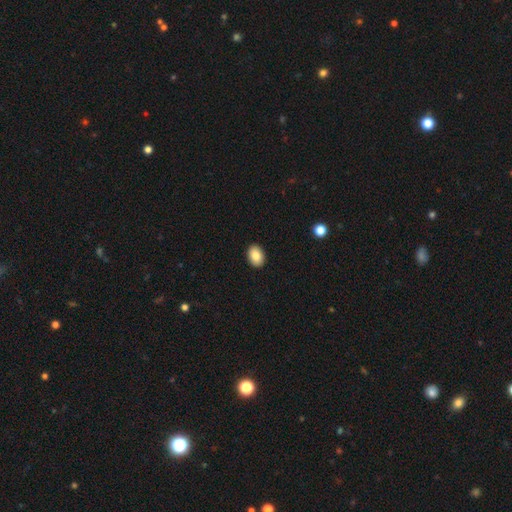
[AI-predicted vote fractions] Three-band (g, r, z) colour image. It shows a smooth galaxy with no disk features (87%) that is in between round and cigar-shaped (78%). Merging: none (91%).